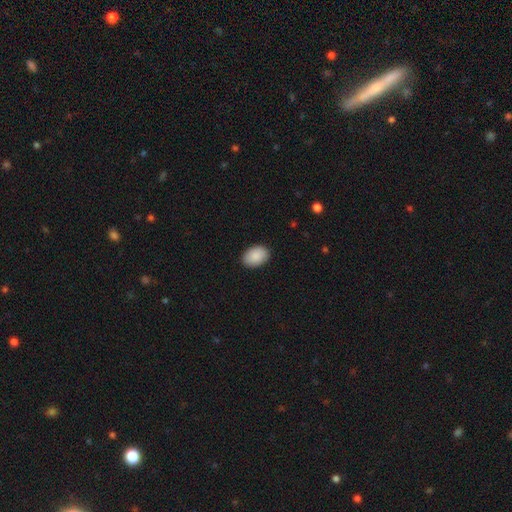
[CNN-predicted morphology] A smooth galaxy with no disk features (90%) that is in between round and cigar-shaped (85%). Merging: none (89%).